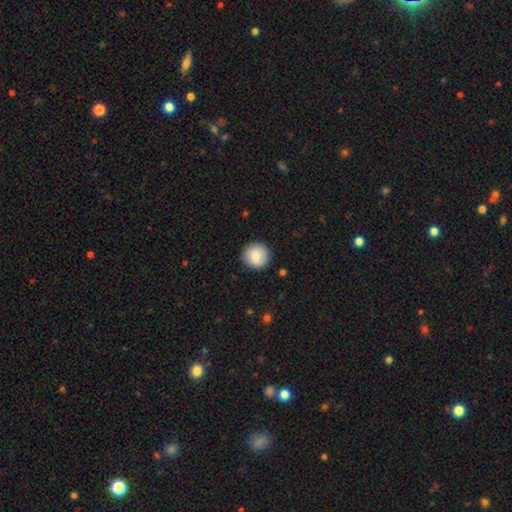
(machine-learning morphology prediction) Smooth or featured? Predicted: smooth (p=0.81). How rounded? Predicted: round (p=0.95). Merging? Predicted: none (p=0.89).